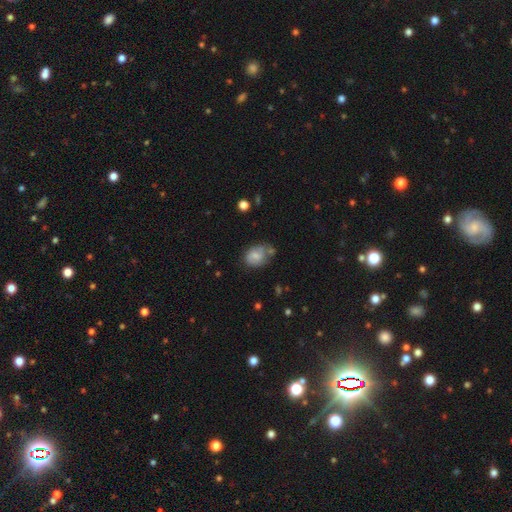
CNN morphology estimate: A smooth galaxy with no disk features (62%) that is in between round and cigar-shaped (58%).

Vote fractions:
- Smooth or featured? smooth: 62% / featured or disk: 29% / star or artifact: 9%
- How rounded? in between: 58% / round: 41% / cigar-shaped: 1%
- Merging? none: 44% / minor disturbance: 28% / merger: 16% / major disturbance: 11%